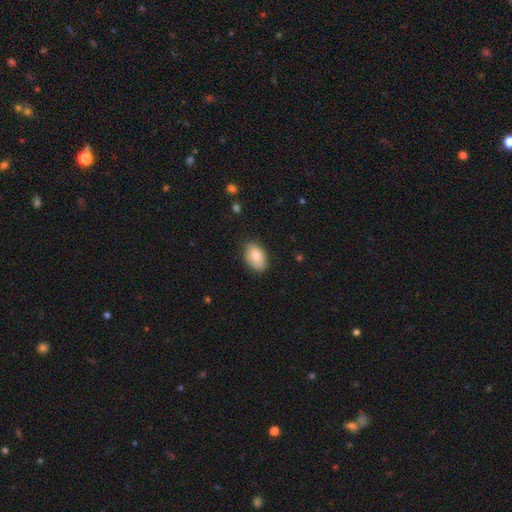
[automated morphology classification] Overall: smooth (78%). How rounded: in between (89%). Merging: none (80%).